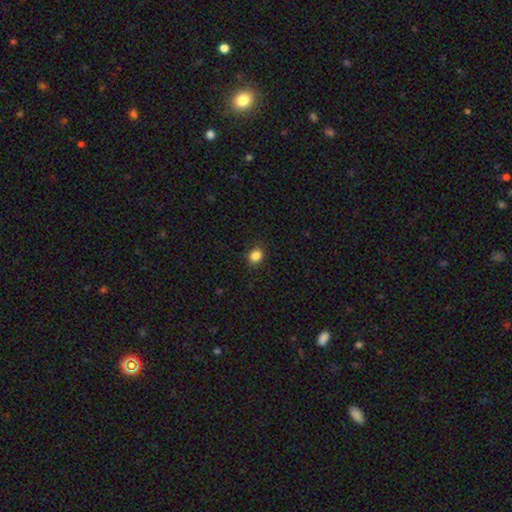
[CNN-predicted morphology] Smooth or featured: smooth — 85% (star or artifact — 11%)
How rounded: round — 70% (in between — 29%)
Merging: none — 90% (minor disturbance — 7%)